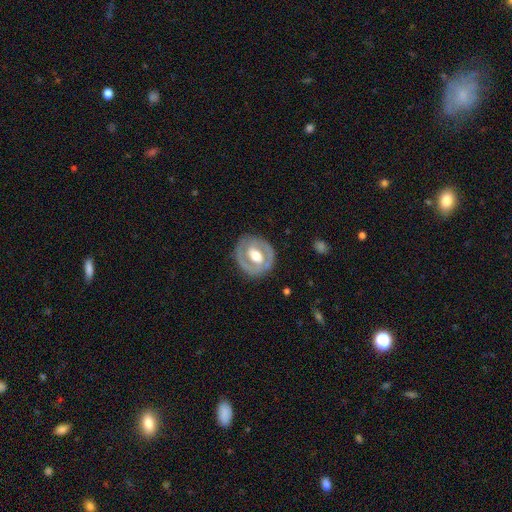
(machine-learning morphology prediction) Overall: featured or disk (68%). Edge-on disk: no (95%). Bar: no (40%; weak 37%). Spiral arms: no (58%; yes 42%). Bulge size: moderate (60%; large 30%). Merging: none (80%).